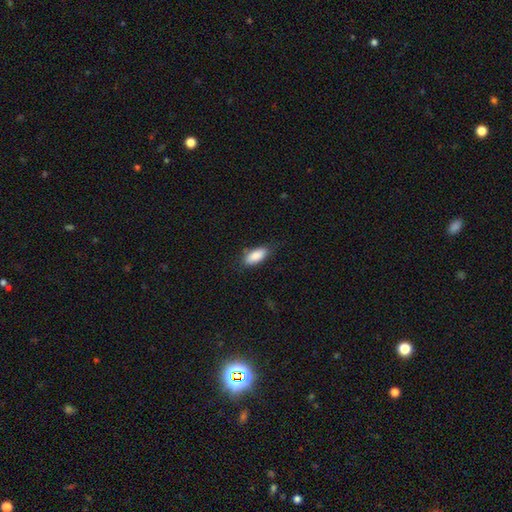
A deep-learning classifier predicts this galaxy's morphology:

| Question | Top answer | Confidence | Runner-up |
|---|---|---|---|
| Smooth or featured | smooth | 87% | featured or disk (7%) |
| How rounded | in between | 85% | cigar-shaped (13%) |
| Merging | none | 75% | minor disturbance (19%) |